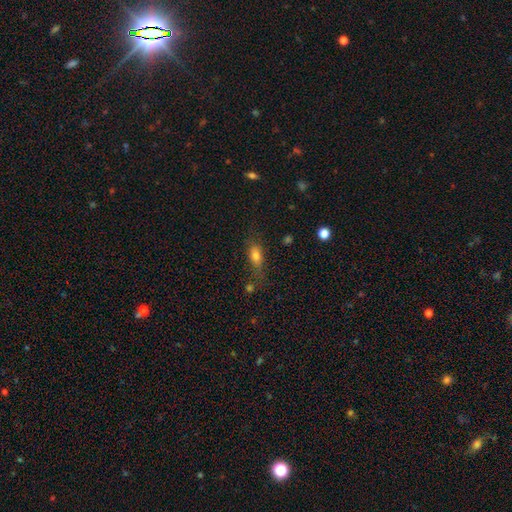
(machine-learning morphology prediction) A smooth galaxy with no disk features (75%) that is in between round and cigar-shaped (73%). Merging: none (62%).